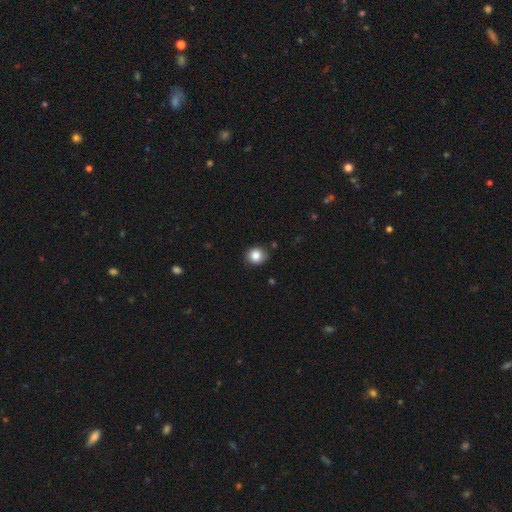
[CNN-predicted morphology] smooth_or_featured: smooth (p=0.85) [alt: star or artifact p=0.10]
how_rounded: round (p=0.81) [alt: in between p=0.18]
merging: none (p=0.85) [alt: minor disturbance p=0.11]